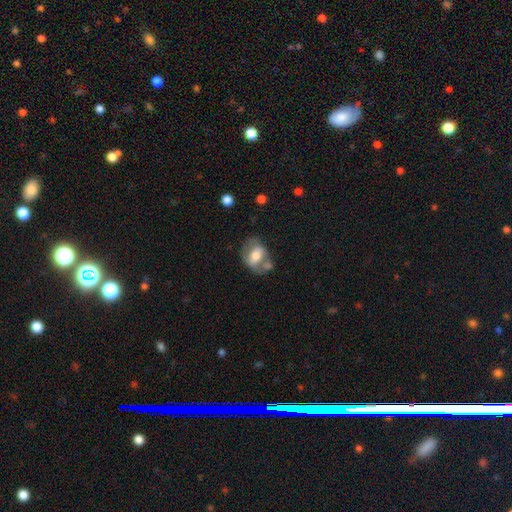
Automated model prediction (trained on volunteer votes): smooth_or_featured: smooth (p=0.48) [alt: featured or disk p=0.45]
merging: none (p=0.40) [alt: merger p=0.25]